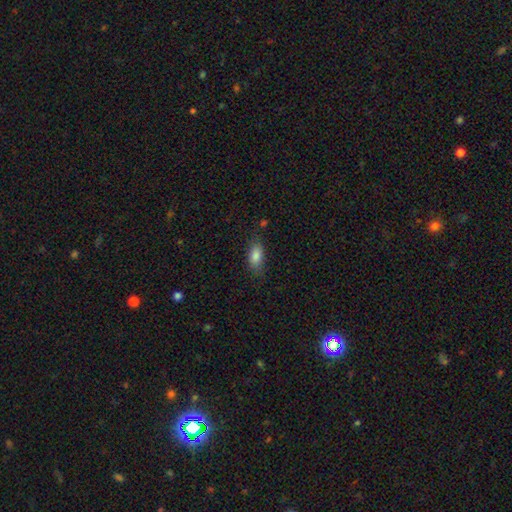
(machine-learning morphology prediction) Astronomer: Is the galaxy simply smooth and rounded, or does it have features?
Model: smooth — 85%.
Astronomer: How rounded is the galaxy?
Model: in between — 87%.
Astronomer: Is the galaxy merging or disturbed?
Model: none — 77%.